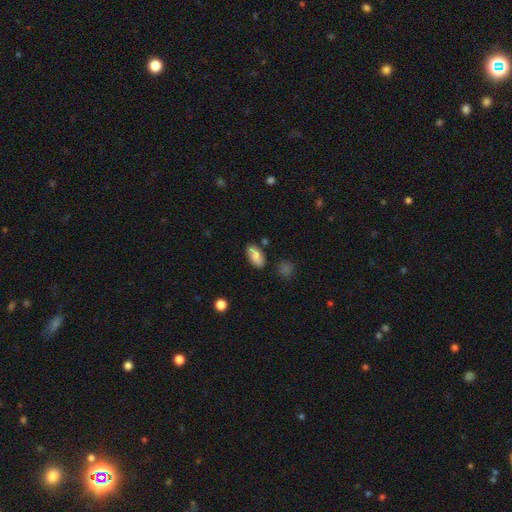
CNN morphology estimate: smooth_or_featured: smooth (p=0.76) [alt: featured or disk p=0.16]
how_rounded: in between (p=0.89) [alt: cigar-shaped p=0.06]
merging: none (p=0.75) [alt: minor disturbance p=0.16]